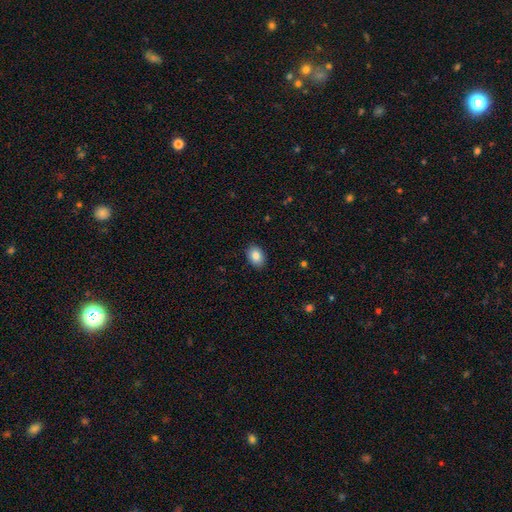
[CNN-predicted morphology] This appears to be a smooth galaxy with no disk features (86%) that is in between round and cigar-shaped (79%). Merging: none (89%).